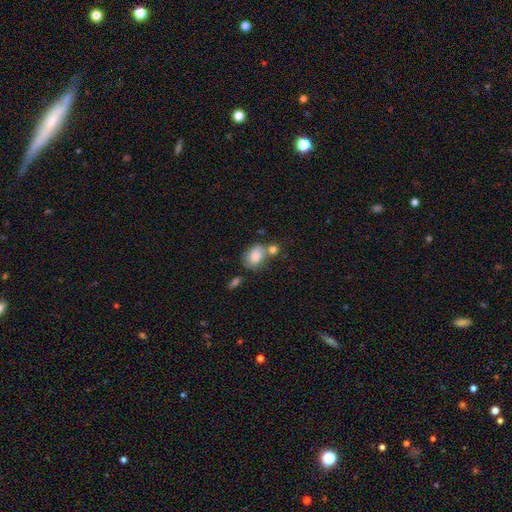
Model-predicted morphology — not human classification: A smooth galaxy with no disk features (82%) that is in between round and cigar-shaped (71%). Merging: none (47%).